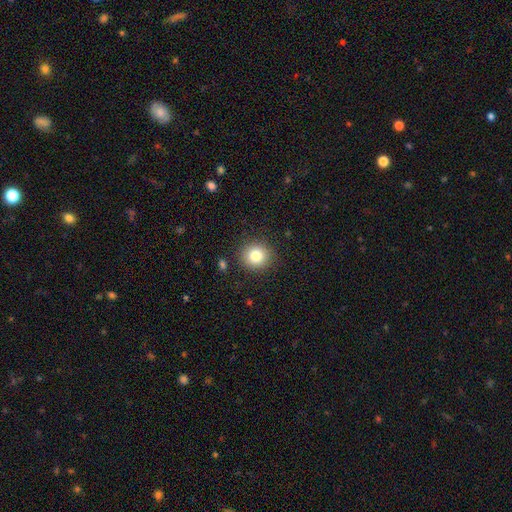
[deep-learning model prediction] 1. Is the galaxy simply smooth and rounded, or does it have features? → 81% smooth, 11% star or artifact, 8% featured or disk.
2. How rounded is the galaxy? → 89% round, 10% in between, 1% cigar-shaped.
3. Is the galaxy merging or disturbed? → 89% none, 7% minor disturbance, 2% major disturbance, 2% merger.